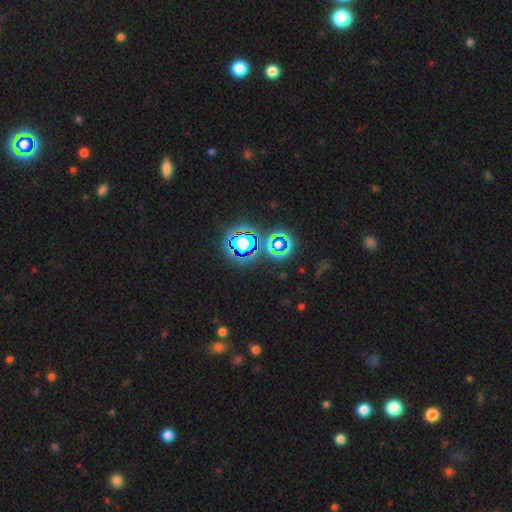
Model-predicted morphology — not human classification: smooth_or_featured: star or artifact (p=0.73) [alt: smooth p=0.19]